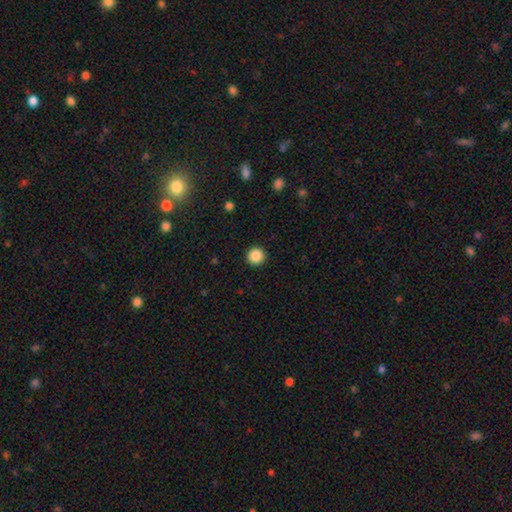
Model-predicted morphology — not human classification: Q: Smooth or featured?
A: smooth (87%); runner-up: star or artifact (10%)
Q: How rounded?
A: round (96%); runner-up: in between (3%)
Q: Merging?
A: none (92%); runner-up: minor disturbance (5%)